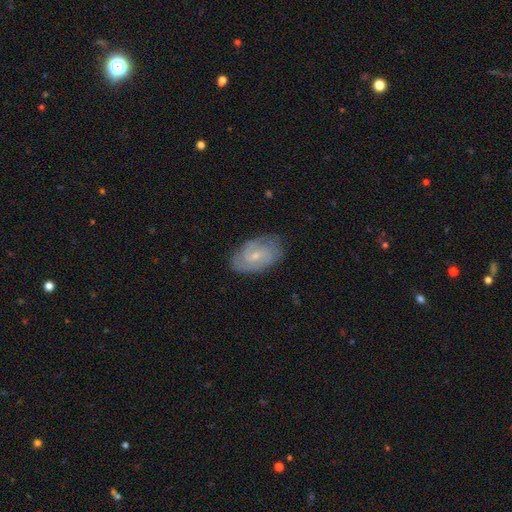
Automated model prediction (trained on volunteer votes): Smooth or featured? featured or disk (75%)
Edge-on disk? no (96%)
Bar? no (48%)
Spiral arms? yes (93%)
Spiral winding? tight (50%)
Spiral arm count? 2 (52%)
Bulge size? small (70%)
Merging? none (78%)